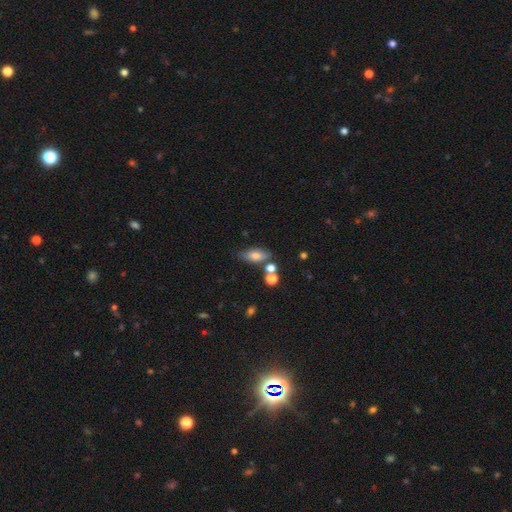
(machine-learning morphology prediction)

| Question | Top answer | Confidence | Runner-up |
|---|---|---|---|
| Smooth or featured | smooth | 72% | featured or disk (18%) |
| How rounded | in between | 77% | cigar-shaped (17%) |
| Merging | none | 67% | minor disturbance (16%) |